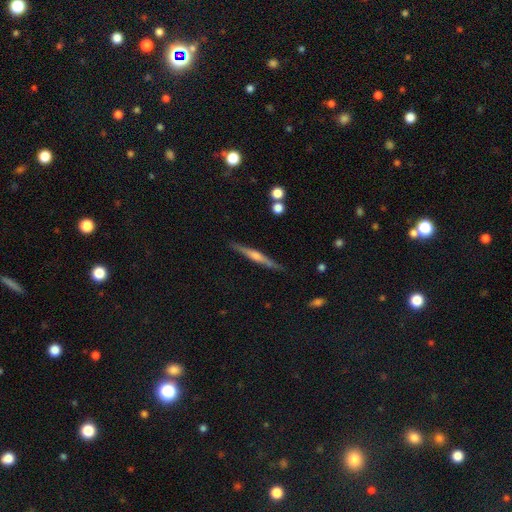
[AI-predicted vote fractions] Smooth or featured? Predicted: featured or disk (p=0.72). Edge-on disk? Predicted: yes (p=0.98). Edge-on bulge? Predicted: rounded (p=0.71). Merging? Predicted: none (p=0.89).